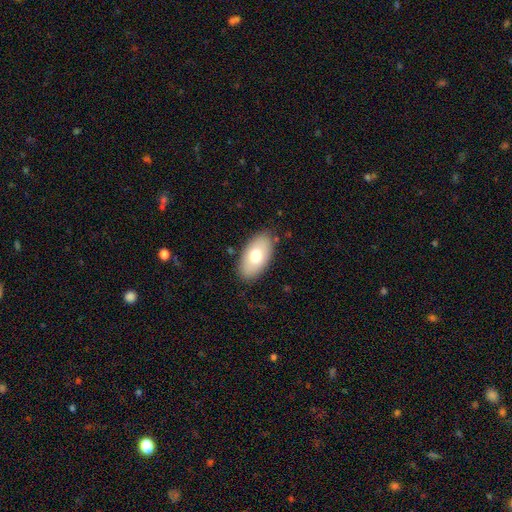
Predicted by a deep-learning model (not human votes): Overall: smooth (70%). How rounded: in between (94%). Merging: none (84%).